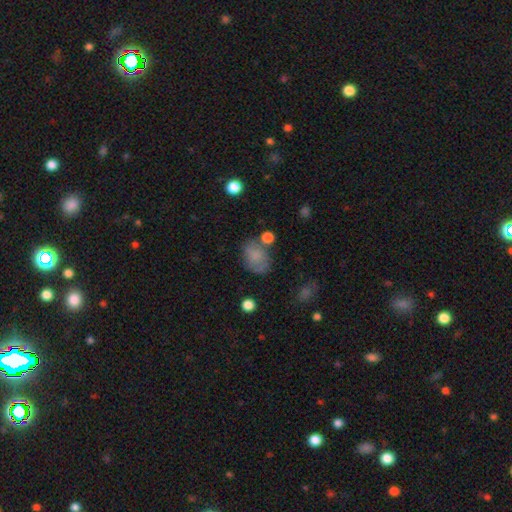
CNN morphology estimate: smooth 73%, featured or disk 17%, star or artifact 11%. Down the decision tree: how rounded — in between (63%); merging — none (54%).